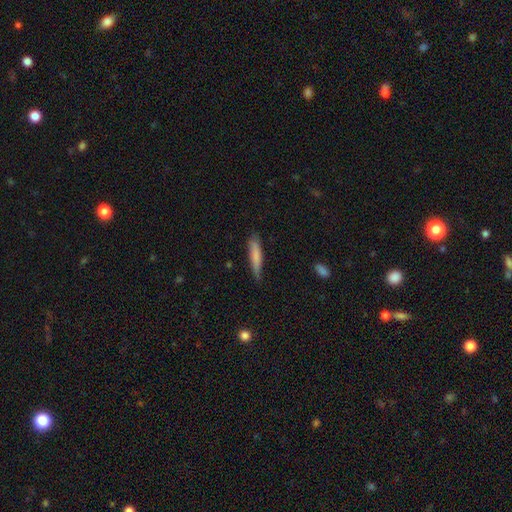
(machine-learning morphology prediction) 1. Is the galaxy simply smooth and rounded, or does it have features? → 78% smooth, 17% featured or disk, 6% star or artifact.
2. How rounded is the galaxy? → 87% cigar-shaped, 12% in between, 1% round.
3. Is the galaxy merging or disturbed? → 71% none, 23% minor disturbance, 4% major disturbance, 2% merger.